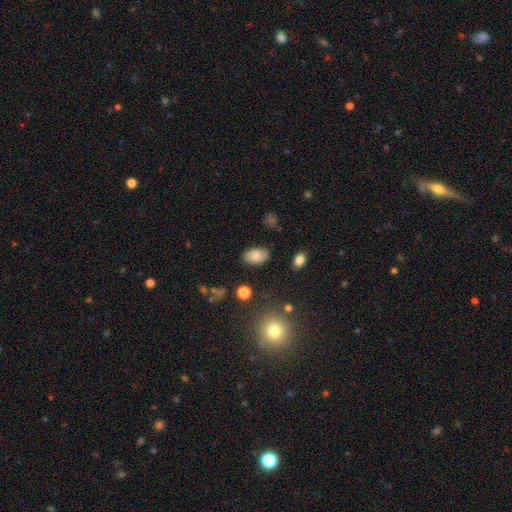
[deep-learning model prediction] A smooth galaxy with no disk features (78%) that is in between round and cigar-shaped (92%).

Vote fractions:
- Smooth or featured? smooth: 78% / featured or disk: 13% / star or artifact: 9%
- How rounded? in between: 92% / round: 7% / cigar-shaped: 1%
- Merging? none: 82% / minor disturbance: 13% / major disturbance: 3% / merger: 2%